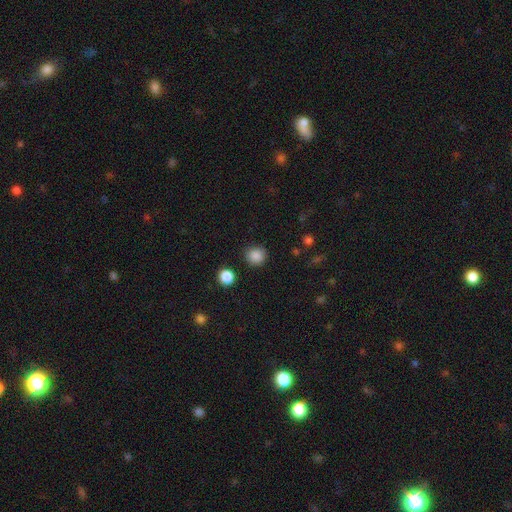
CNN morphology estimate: Smooth or featured?
  - smooth: 86% *
  - star or artifact: 11%
  - featured or disk: 3%
How rounded?
  - round: 90% *
  - in between: 9%
  - cigar-shaped: 1%
Merging?
  - none: 88% *
  - minor disturbance: 7%
  - major disturbance: 3%
  - merger: 2%